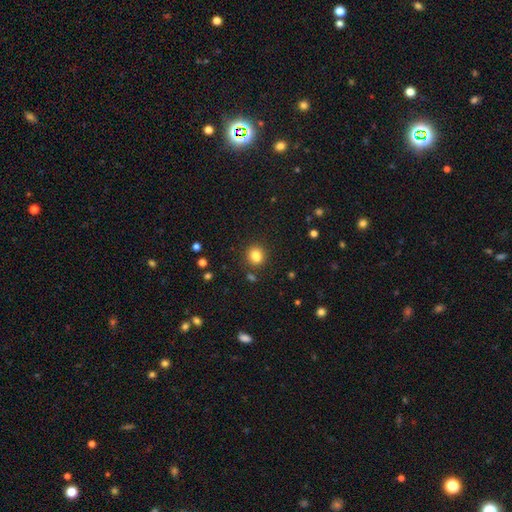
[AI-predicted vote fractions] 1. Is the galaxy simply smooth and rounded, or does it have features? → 82% smooth, 12% star or artifact, 6% featured or disk.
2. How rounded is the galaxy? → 75% round, 24% in between, 1% cigar-shaped.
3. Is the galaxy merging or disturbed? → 81% none, 9% minor disturbance, 7% merger, 3% major disturbance.